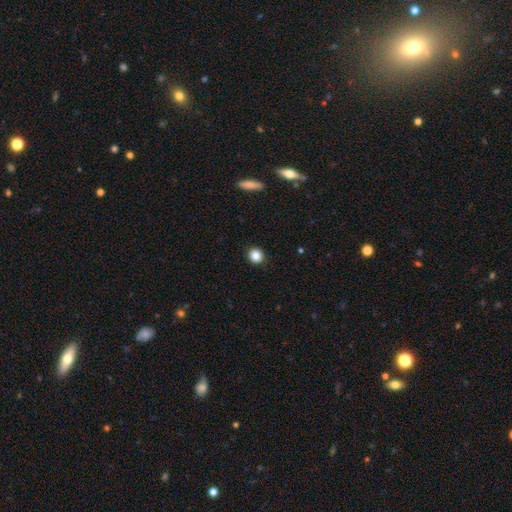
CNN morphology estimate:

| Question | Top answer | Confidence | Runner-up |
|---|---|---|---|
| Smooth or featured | smooth | 84% | star or artifact (11%) |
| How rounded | round | 89% | in between (10%) |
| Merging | none | 92% | minor disturbance (5%) |